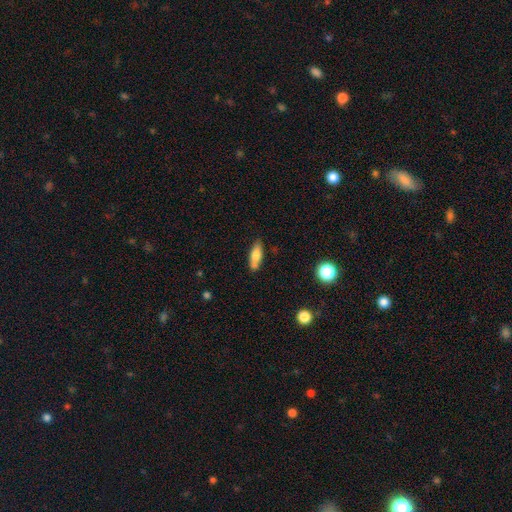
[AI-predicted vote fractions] Q: Smooth or featured?
A: smooth (75%); runner-up: featured or disk (17%)
Q: How rounded?
A: in between (62%); runner-up: cigar-shaped (35%)
Q: Merging?
A: none (69%); runner-up: minor disturbance (18%)